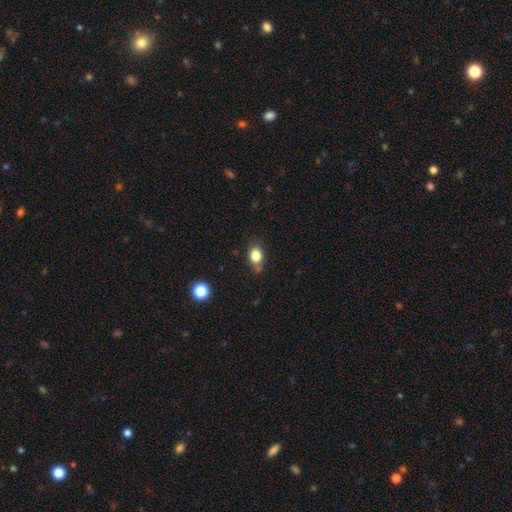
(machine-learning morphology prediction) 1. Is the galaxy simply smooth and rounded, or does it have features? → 82% smooth, 10% star or artifact, 8% featured or disk.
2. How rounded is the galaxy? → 67% in between, 31% round, 2% cigar-shaped.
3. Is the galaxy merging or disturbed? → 65% none, 26% minor disturbance, 5% major disturbance, 4% merger.